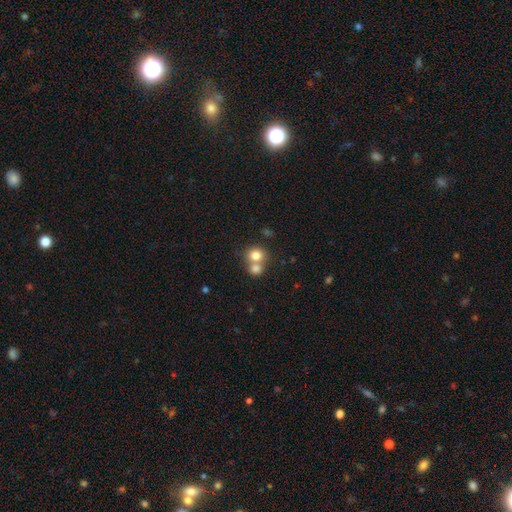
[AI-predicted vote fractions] Overall: smooth (78%). How rounded: round (78%). Merging: merger (54%; none 38%).